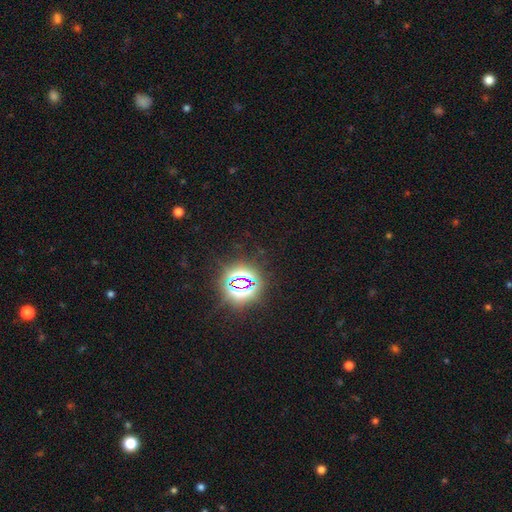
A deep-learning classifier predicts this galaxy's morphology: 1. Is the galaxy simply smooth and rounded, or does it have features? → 82% star or artifact, 13% smooth, 5% featured or disk.